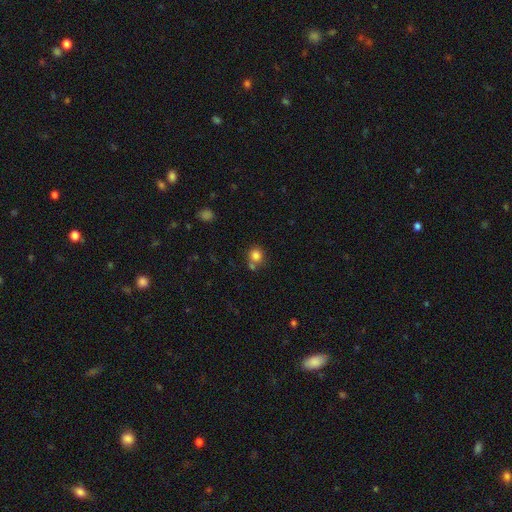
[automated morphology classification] Smooth or featured?
  - smooth: 82% *
  - star or artifact: 12%
  - featured or disk: 7%
How rounded?
  - round: 82% *
  - in between: 17%
  - cigar-shaped: 1%
Merging?
  - none: 60% *
  - merger: 24%
  - minor disturbance: 12%
  - major disturbance: 4%